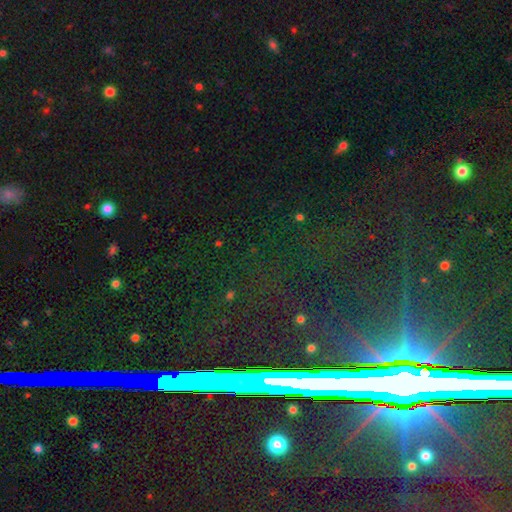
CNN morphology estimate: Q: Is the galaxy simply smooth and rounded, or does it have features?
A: star or artifact — 76%.